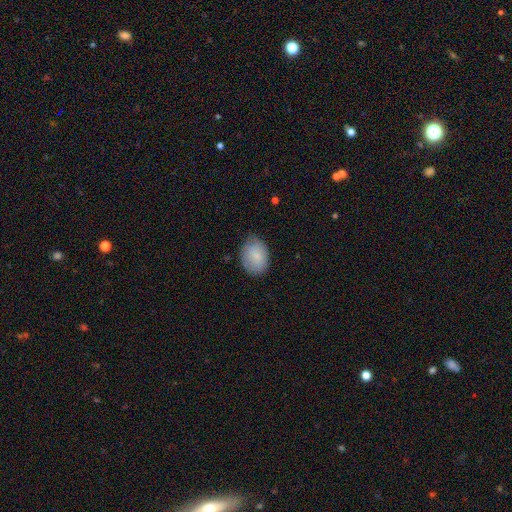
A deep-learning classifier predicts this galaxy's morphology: Smooth or featured?
  - smooth: 82% *
  - featured or disk: 12%
  - star or artifact: 7%
How rounded?
  - in between: 73% *
  - round: 26%
  - cigar-shaped: 1%
Merging?
  - none: 65% *
  - minor disturbance: 29%
  - major disturbance: 5%
  - merger: 1%